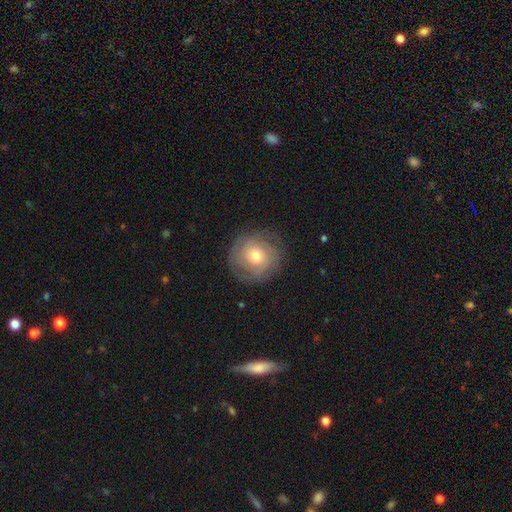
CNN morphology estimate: Smooth or featured: featured or disk — 61% (smooth — 31%)
Edge-on disk: no — 97% (yes — 3%)
Bar: no — 76% (weak — 20%)
Spiral arms: yes — 85% (no — 15%)
Spiral winding: tight — 70% (medium — 23%)
Spiral arm count: can't tell — 43% (2 — 21%)
Bulge size: moderate — 61% (small — 33%)
Merging: none — 82% (minor disturbance — 12%)